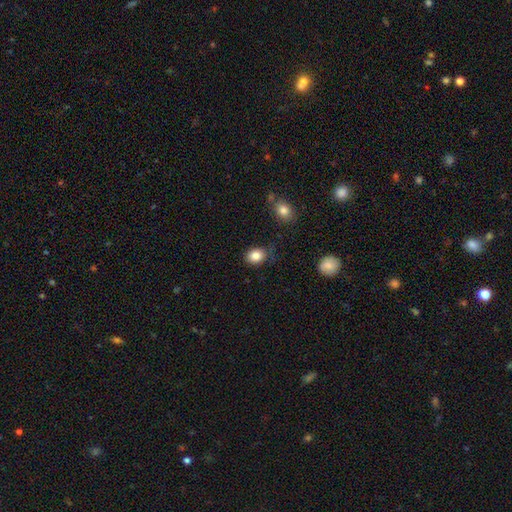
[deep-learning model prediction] smooth_or_featured: smooth (p=0.85) [alt: star or artifact p=0.09]
how_rounded: in between (p=0.56) [alt: round p=0.43]
merging: none (p=0.77) [alt: minor disturbance p=0.17]